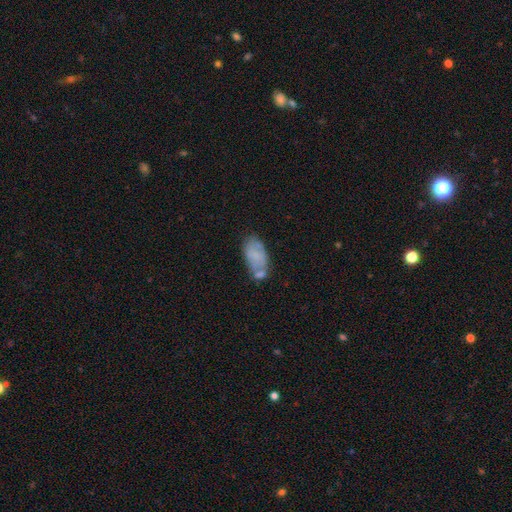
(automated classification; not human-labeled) A smooth galaxy with no disk features (62%) that is in between round and cigar-shaped (93%). Merging: none (38%).